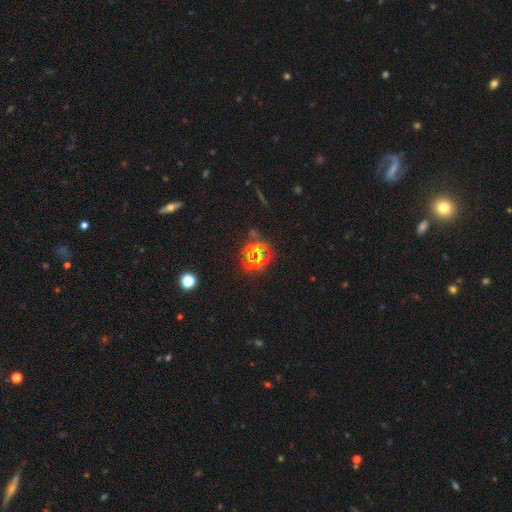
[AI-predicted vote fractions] Morphology: type=star or artifact (51%).